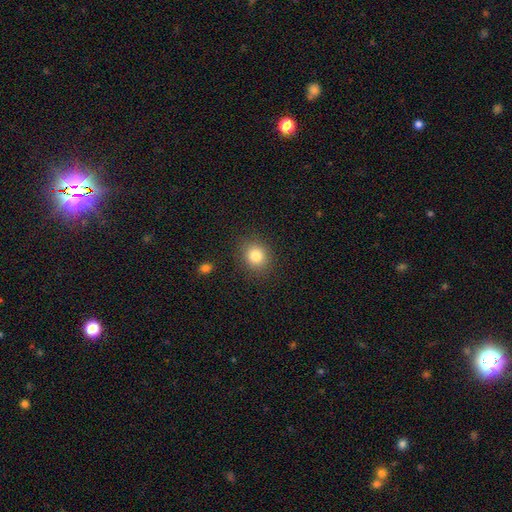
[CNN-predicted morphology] This is clearly a smooth galaxy (82%). How rounded: likely round (75%). Merging: clearly none (87%).